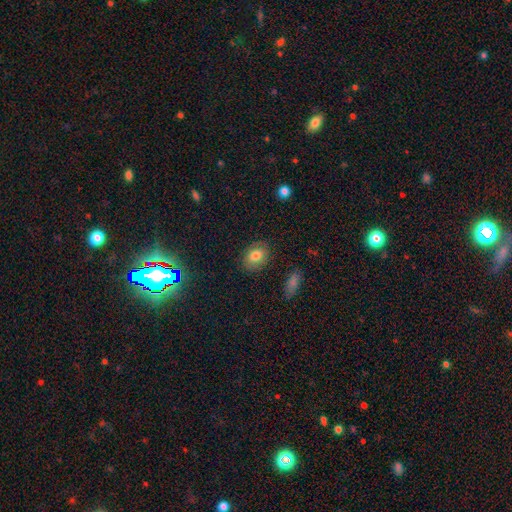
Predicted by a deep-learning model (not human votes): The model was most divided on "how rounded": in between: 72%, round: 27%, cigar-shaped: 1%. More confident: merging — none (85%); smooth or featured — smooth (78%).